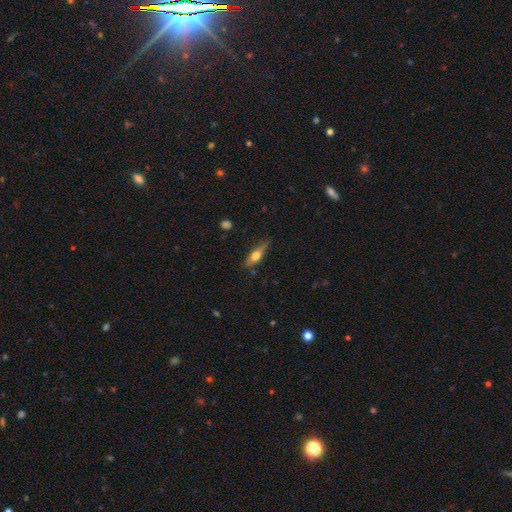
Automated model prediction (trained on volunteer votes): Smooth or featured? Predicted: smooth (p=0.53). How rounded? Predicted: cigar-shaped (p=0.58). Merging? Predicted: none (p=0.77).